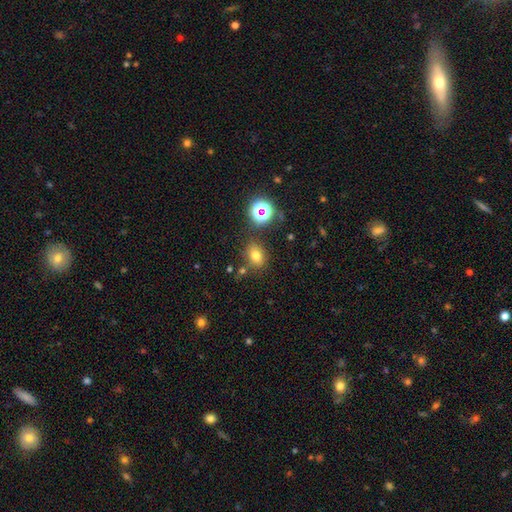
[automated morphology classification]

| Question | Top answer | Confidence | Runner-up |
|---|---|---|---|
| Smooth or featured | smooth | 70% | star or artifact (20%) |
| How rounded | in between | 62% | round (37%) |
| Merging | none | 76% | minor disturbance (13%) |